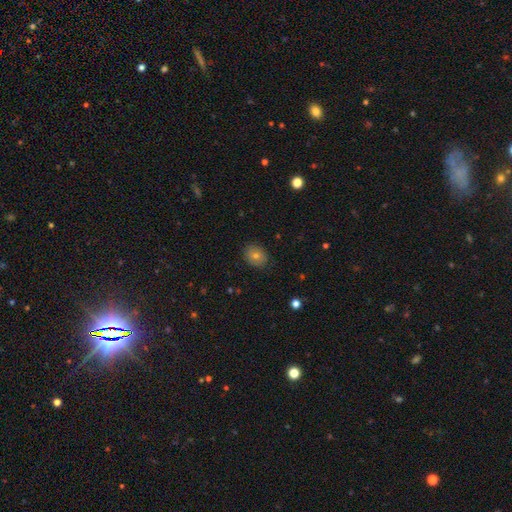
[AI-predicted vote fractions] Smooth or featured?
  - smooth: 69% *
  - featured or disk: 17%
  - star or artifact: 14%
How rounded?
  - round: 57% *
  - in between: 42%
  - cigar-shaped: 1%
Merging?
  - none: 86% *
  - minor disturbance: 10%
  - major disturbance: 3%
  - merger: 1%